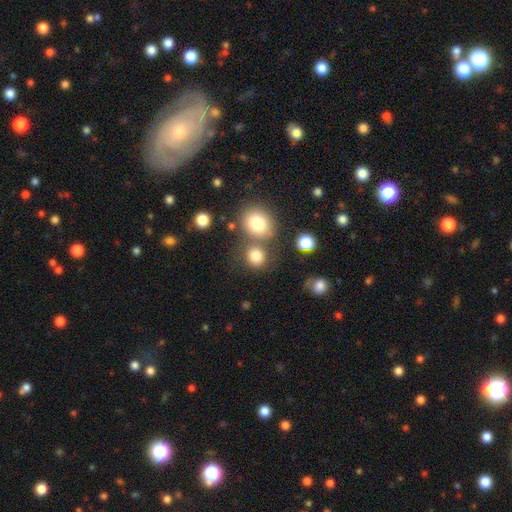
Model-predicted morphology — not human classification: Overall: smooth (80%). How rounded: round (83%). Merging: none (62%; merger 24%).